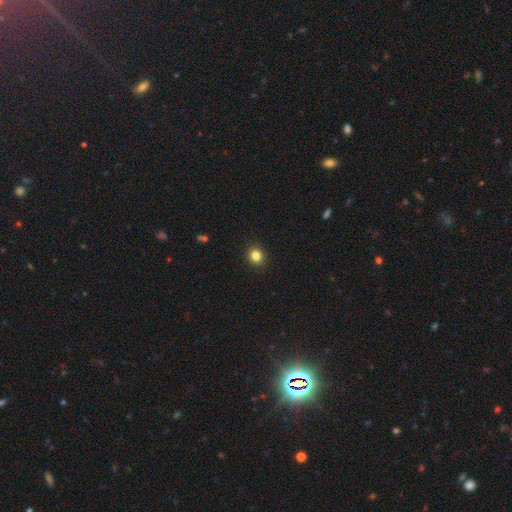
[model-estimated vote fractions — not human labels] Smooth or featured? smooth (83%)
How rounded? round (81%)
Merging? none (92%)